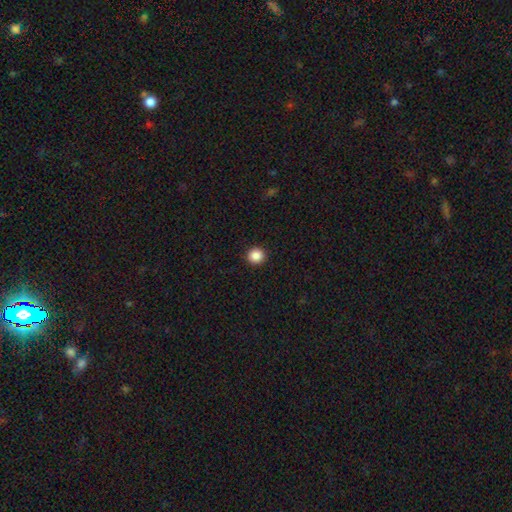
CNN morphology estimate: A smooth galaxy with no disk features (87%) that is round (93%). Merging: none (93%).